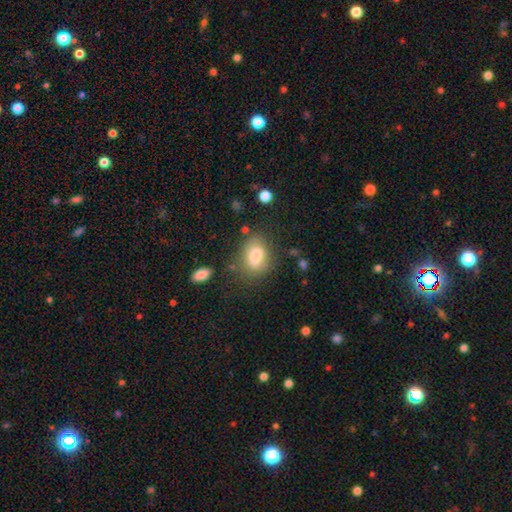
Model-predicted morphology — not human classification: The model was most divided on "merging": none: 64%, minor disturbance: 20%, major disturbance: 8%, merger: 7%. More confident: how rounded — in between (80%); smooth or featured — smooth (79%).